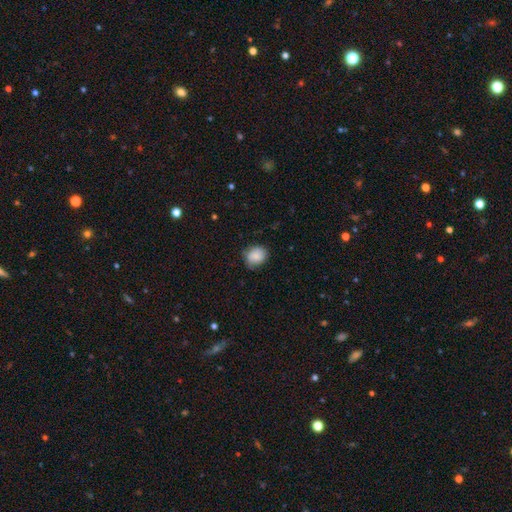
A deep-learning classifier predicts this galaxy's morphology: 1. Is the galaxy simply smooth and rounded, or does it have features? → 85% smooth, 8% star or artifact, 8% featured or disk.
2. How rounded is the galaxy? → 64% round, 35% in between, 1% cigar-shaped.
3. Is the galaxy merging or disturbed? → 74% none, 21% minor disturbance, 4% major disturbance, 1% merger.